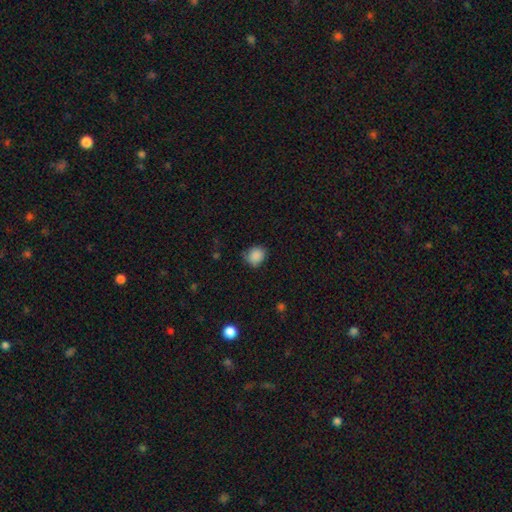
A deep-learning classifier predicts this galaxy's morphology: smooth_or_featured: smooth (p=0.87) [alt: star or artifact p=0.09]
how_rounded: round (p=0.71) [alt: in between p=0.28]
merging: none (p=0.70) [alt: minor disturbance p=0.23]